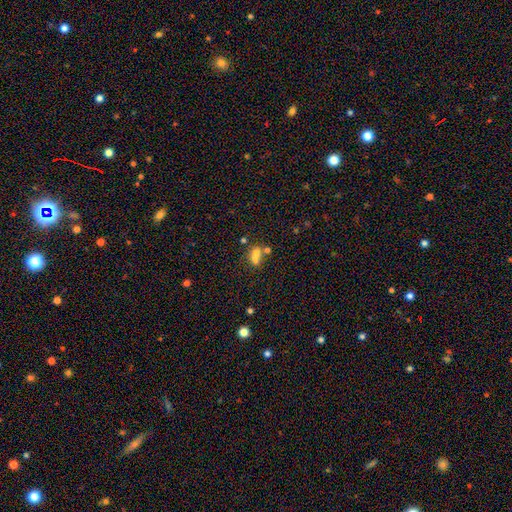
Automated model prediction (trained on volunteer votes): A smooth galaxy with no disk features (71%) that is in between round and cigar-shaped (64%).

Vote fractions:
- Smooth or featured? smooth: 71% / star or artifact: 17% / featured or disk: 12%
- How rounded? in between: 64% / cigar-shaped: 22% / round: 13%
- Merging? none: 46% / merger: 28% / minor disturbance: 17% / major disturbance: 10%